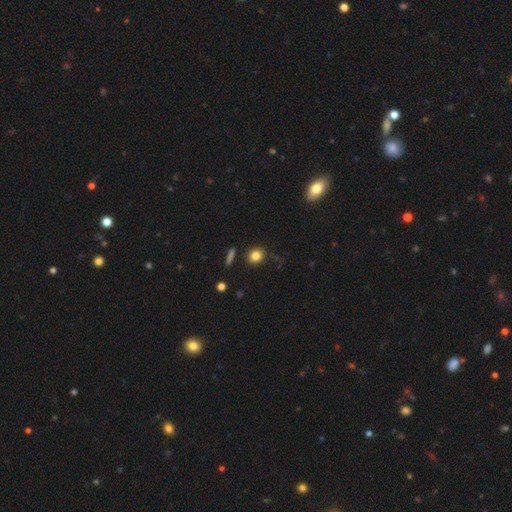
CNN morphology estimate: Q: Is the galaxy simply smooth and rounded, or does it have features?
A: smooth — 83%.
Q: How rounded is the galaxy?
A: round — 80%.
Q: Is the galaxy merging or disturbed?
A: none — 84%.